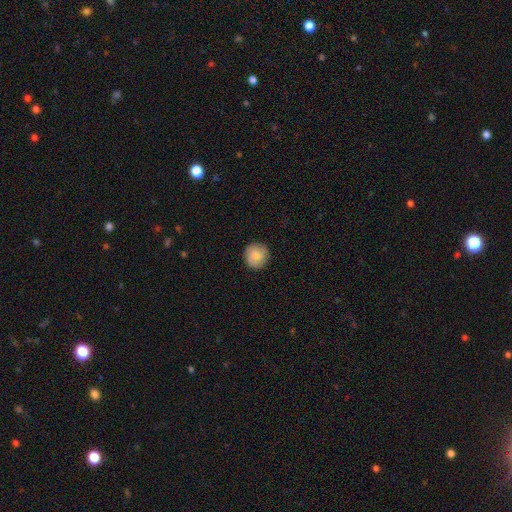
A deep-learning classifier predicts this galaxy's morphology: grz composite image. It shows a smooth galaxy with no disk features (77%) that is round (92%). Merging: none (87%).